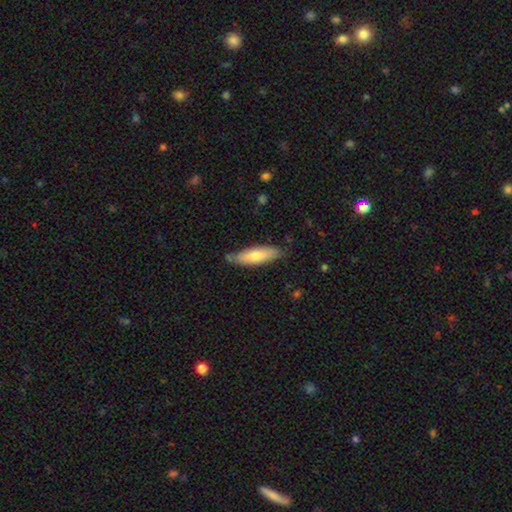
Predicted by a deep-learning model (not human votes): The model was most divided on "how rounded": cigar-shaped: 61%, in between: 37%, round: 2%. More confident: merging — none (78%); smooth or featured — smooth (67%).